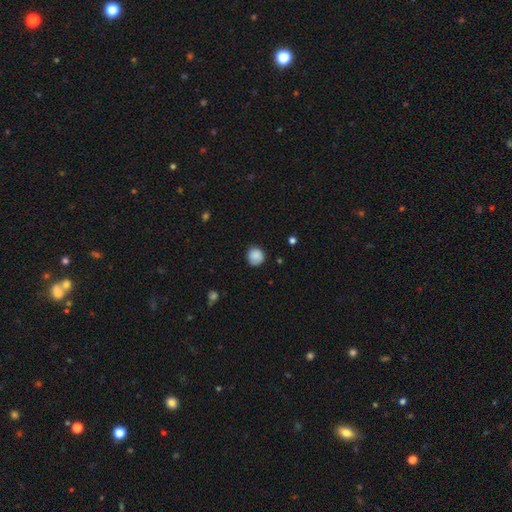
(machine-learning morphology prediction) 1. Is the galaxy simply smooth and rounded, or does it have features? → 86% smooth, 9% star or artifact, 5% featured or disk.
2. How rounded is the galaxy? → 89% round, 10% in between, 1% cigar-shaped.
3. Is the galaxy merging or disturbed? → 80% none, 16% minor disturbance, 3% major disturbance, 1% merger.